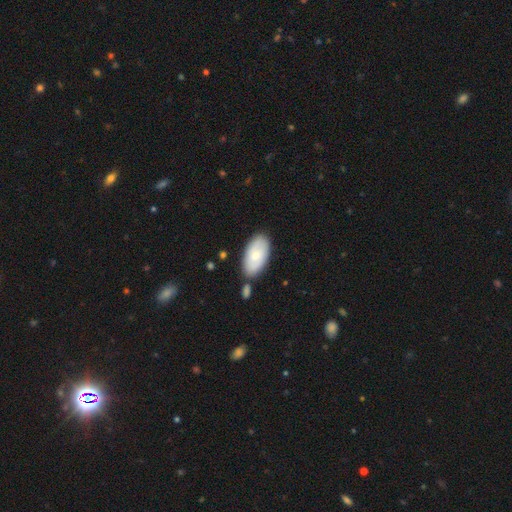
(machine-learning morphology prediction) Smooth or featured? Predicted: smooth (p=0.62). How rounded? Predicted: in between (p=0.94). Merging? Predicted: none (p=0.74).